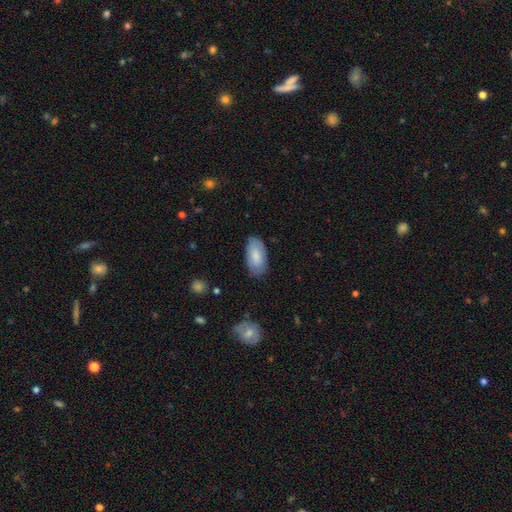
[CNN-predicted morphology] The model was most divided on "merging": none: 82%, minor disturbance: 14%, major disturbance: 3%, merger: 1%. More confident: how rounded — in between (95%); smooth or featured — smooth (82%).